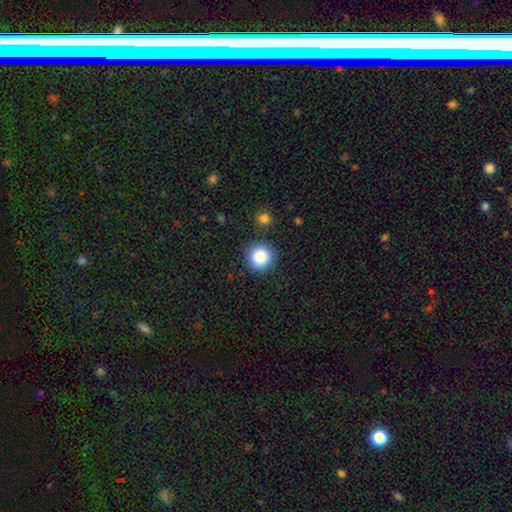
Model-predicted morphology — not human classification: This appears to be a smooth galaxy with no disk features (87%) that is round (94%). Merging: none (87%).